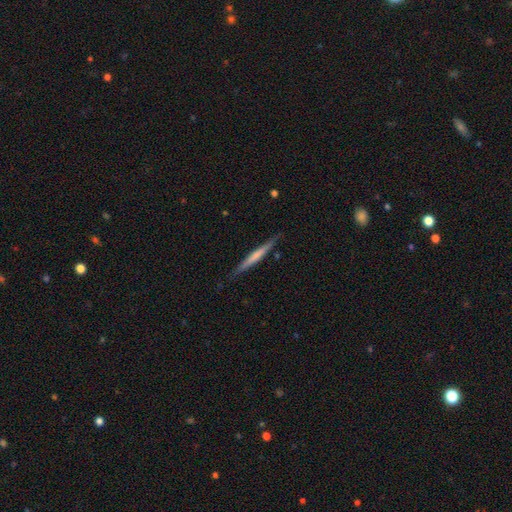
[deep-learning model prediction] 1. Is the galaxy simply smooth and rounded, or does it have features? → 50% smooth, 45% featured or disk, 5% star or artifact.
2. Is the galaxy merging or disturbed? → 87% none, 10% minor disturbance, 2% major disturbance, 1% merger.